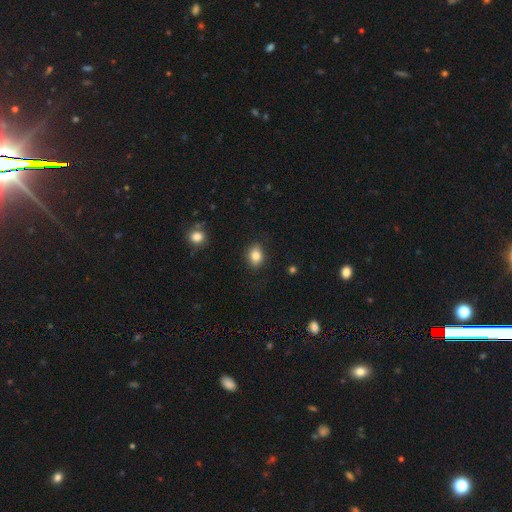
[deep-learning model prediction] smooth_or_featured: smooth (p=0.83) [alt: star or artifact p=0.09]
how_rounded: in between (p=0.64) [alt: round p=0.35]
merging: none (p=0.87) [alt: minor disturbance p=0.10]